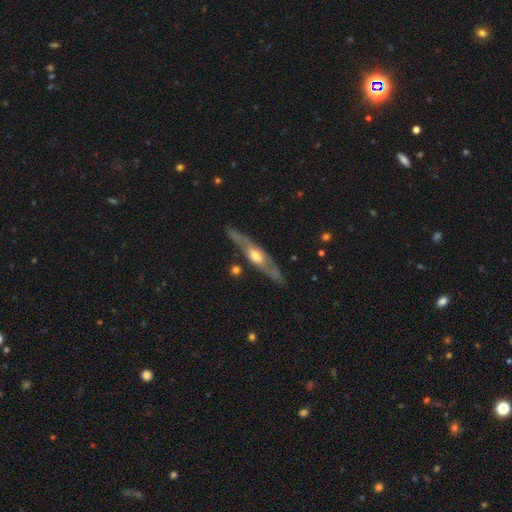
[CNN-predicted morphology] The model was most divided on "smooth or featured": featured or disk: 70%, smooth: 25%, star or artifact: 5%. More confident: edge-on bulge — rounded (83%); merging — none (79%); edge-on disk — yes (75%).